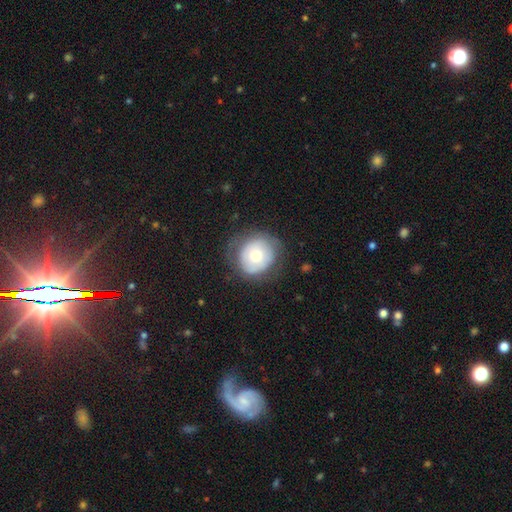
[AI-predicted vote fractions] smooth 60%, featured or disk 33%, star or artifact 7%. Down the decision tree: how rounded — round (81%); merging — none (62%).